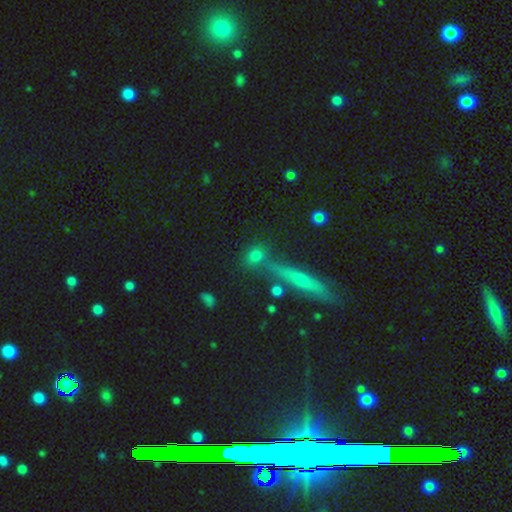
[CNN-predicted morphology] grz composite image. It shows a smooth galaxy with no disk features (71%) that is round (68%). Merging: none (69%).